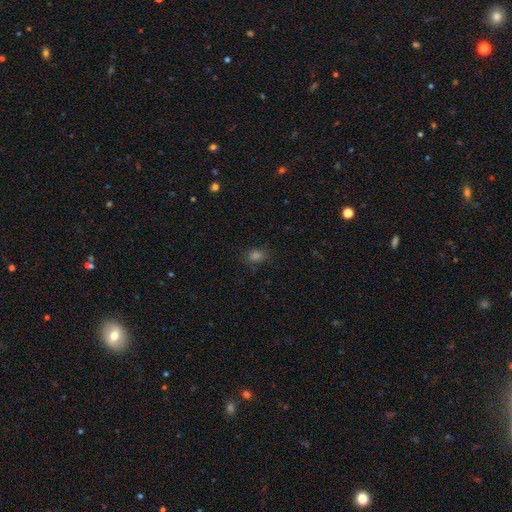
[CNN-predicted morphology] A smooth galaxy with no disk features (69%) that is in between round and cigar-shaped (50%).

Vote fractions:
- Smooth or featured? smooth: 69% / star or artifact: 25% / featured or disk: 6%
- How rounded? in between: 50% / round: 48% / cigar-shaped: 2%
- Merging? none: 83% / minor disturbance: 12% / major disturbance: 4% / merger: 1%